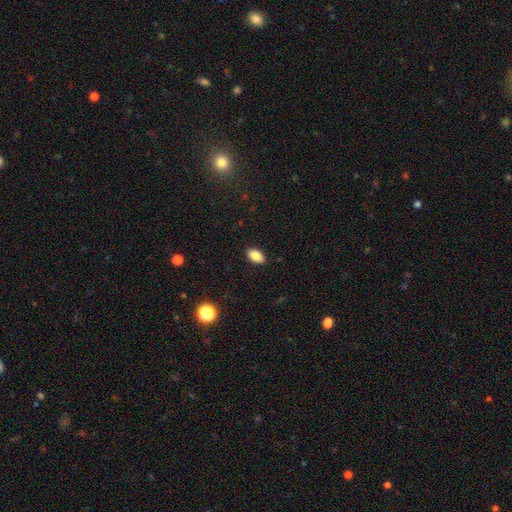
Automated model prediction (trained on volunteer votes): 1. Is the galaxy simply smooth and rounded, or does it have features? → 85% smooth, 9% star or artifact, 6% featured or disk.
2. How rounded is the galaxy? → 91% in between, 4% round, 4% cigar-shaped.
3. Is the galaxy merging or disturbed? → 89% none, 8% minor disturbance, 2% major disturbance, 1% merger.